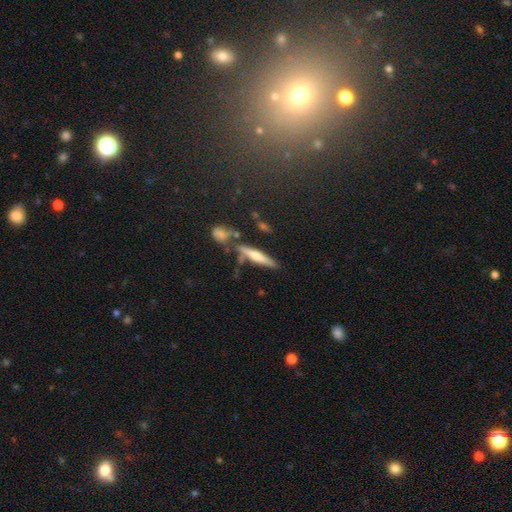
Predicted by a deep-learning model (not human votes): This is possibly a featured or disk galaxy (48%). Merging: likely none (66%).